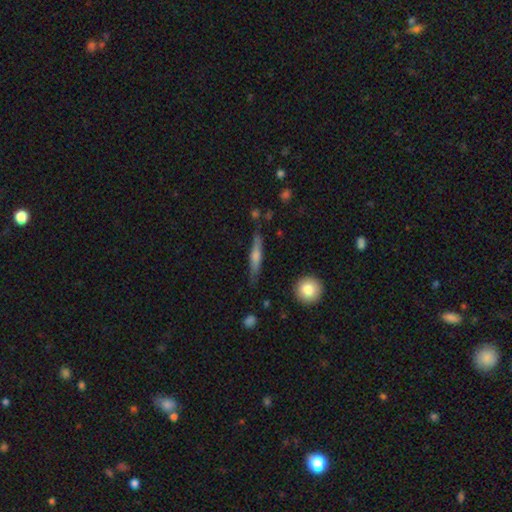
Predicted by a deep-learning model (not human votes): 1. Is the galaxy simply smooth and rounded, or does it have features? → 50% featured or disk, 44% smooth, 7% star or artifact.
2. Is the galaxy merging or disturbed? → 82% none, 13% minor disturbance, 3% major disturbance, 2% merger.